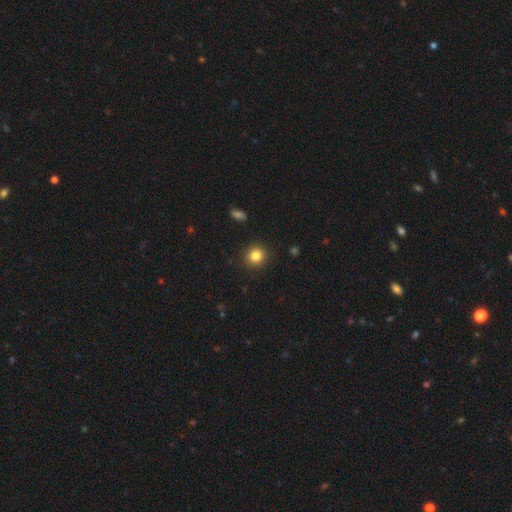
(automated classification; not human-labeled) The model was most divided on "smooth or featured": smooth: 83%, star or artifact: 11%, featured or disk: 6%. More confident: merging — none (91%); how rounded — round (89%).